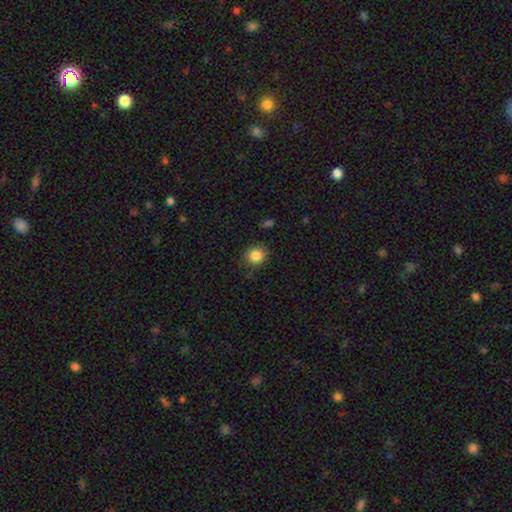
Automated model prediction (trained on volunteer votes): A smooth galaxy with no disk features (85%) that is round (80%).

Vote fractions:
- Smooth or featured? smooth: 85% / star or artifact: 10% / featured or disk: 5%
- How rounded? round: 80% / in between: 19% / cigar-shaped: 1%
- Merging? none: 80% / minor disturbance: 15% / major disturbance: 4% / merger: 2%